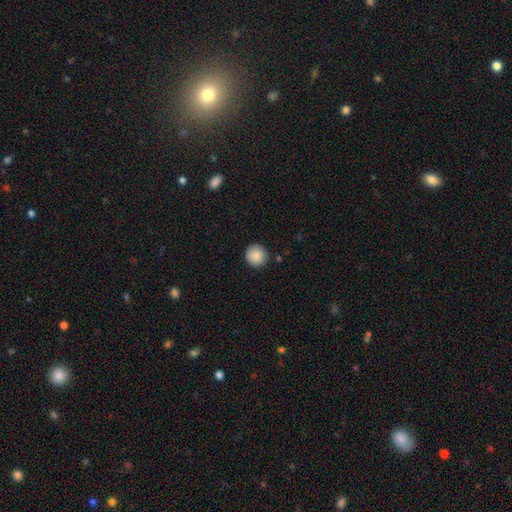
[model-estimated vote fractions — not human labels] This appears to be a smooth galaxy with no disk features (88%) that is round (94%). Merging: none (91%).